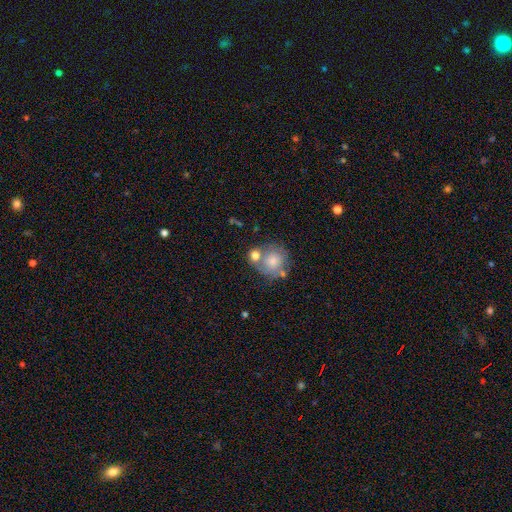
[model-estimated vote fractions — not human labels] smooth 67%, featured or disk 24%, star or artifact 8%. Down the decision tree: how rounded — round (82%); merging — none (42%).